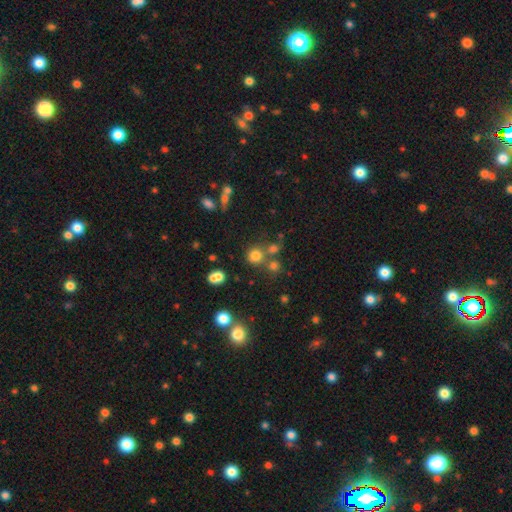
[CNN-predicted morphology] This is likely a smooth galaxy (73%). How rounded: clearly round (88%). Merging: likely none (64%).